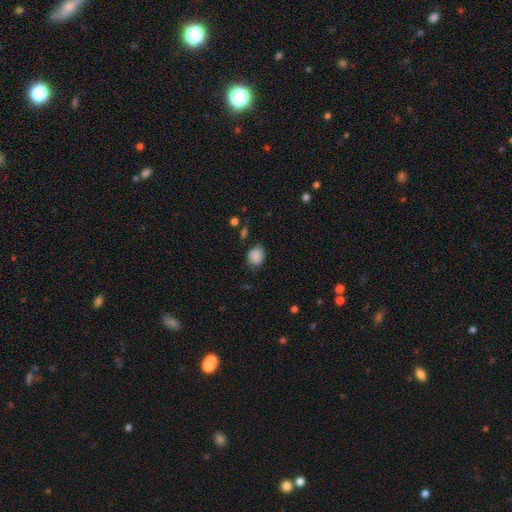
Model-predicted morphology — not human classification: This appears to be a smooth galaxy with no disk features (87%) that is round (55%). Merging: none (72%).